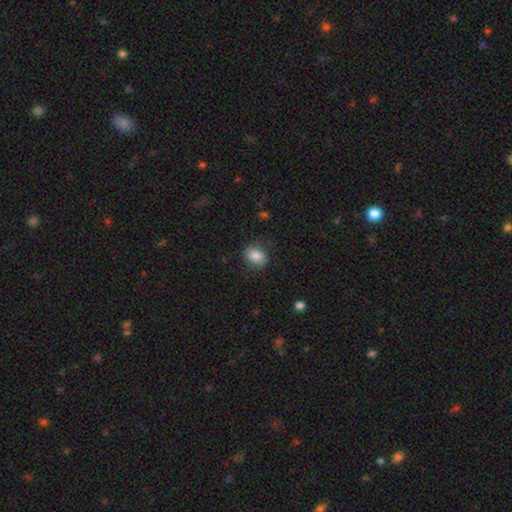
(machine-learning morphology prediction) This appears to be a smooth galaxy with no disk features (85%) that is in between round and cigar-shaped (56%). Merging: none (81%).